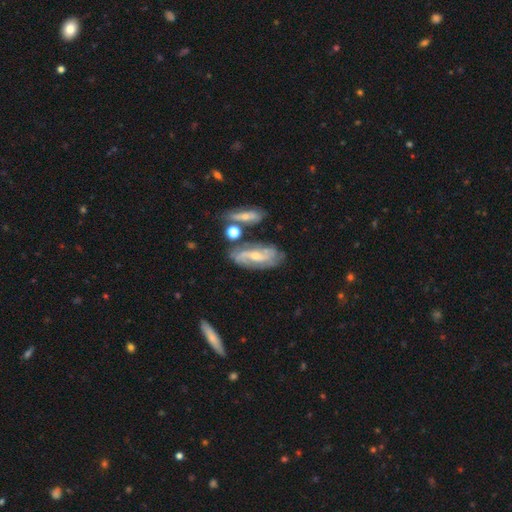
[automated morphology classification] Smooth or featured? Predicted: featured or disk (p=0.76). Edge-on disk? Predicted: no (p=0.90). Bar? Predicted: weak (p=0.41). Spiral arms? Predicted: yes (p=0.90). Spiral winding? Predicted: medium (p=0.40). Spiral arm count? Predicted: 2 (p=0.59). Bulge size? Predicted: small (p=0.53). Merging? Predicted: none (p=0.68).